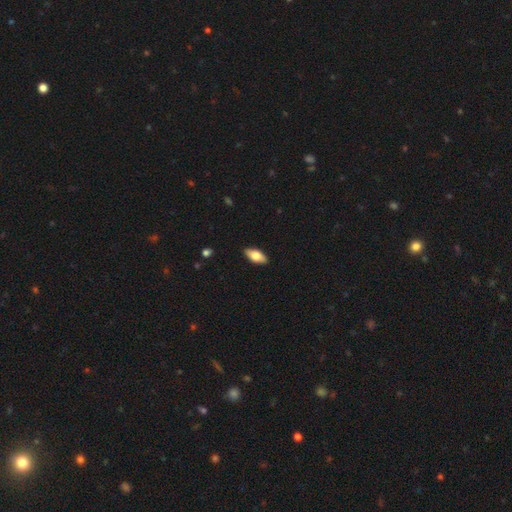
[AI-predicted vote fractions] The model was most divided on "smooth or featured": smooth: 73%, featured or disk: 22%, star or artifact: 6%. More confident: merging — none (89%); how rounded — in between (87%).